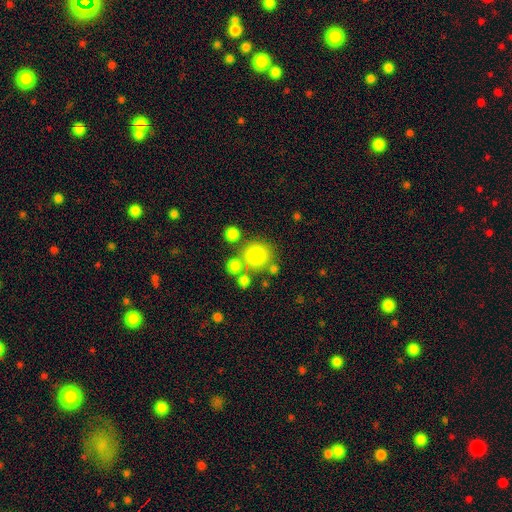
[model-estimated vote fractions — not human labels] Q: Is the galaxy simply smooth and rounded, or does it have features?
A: smooth — 81%.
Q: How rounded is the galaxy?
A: round — 90%.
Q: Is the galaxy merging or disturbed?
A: none — 72%.